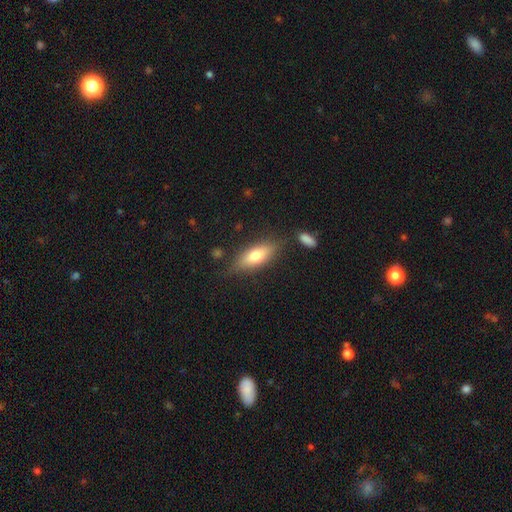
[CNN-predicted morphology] This appears to be a smooth galaxy with no disk features (68%) that is in between round and cigar-shaped (64%). Merging: none (75%).